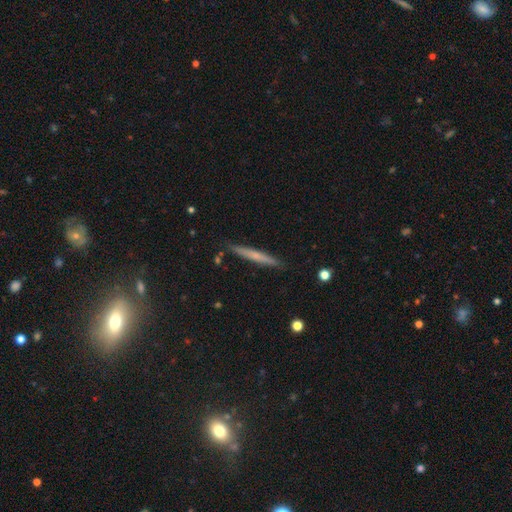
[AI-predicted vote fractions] Morphology: type=smooth (52%); roundness=cigar-shaped (96%); merging=none (88%).